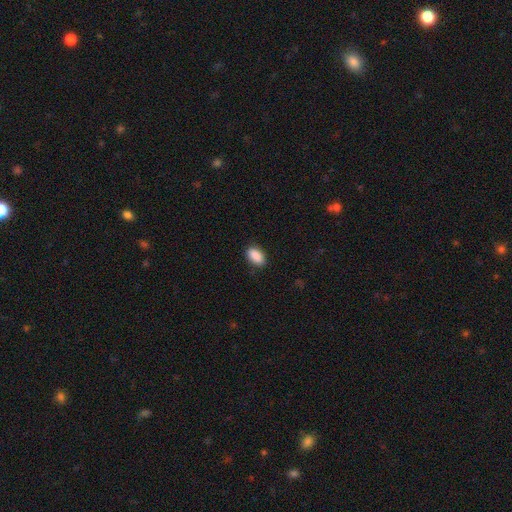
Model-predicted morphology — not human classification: Q: Smooth or featured?
A: smooth (90%); runner-up: star or artifact (7%)
Q: How rounded?
A: in between (92%); runner-up: round (5%)
Q: Merging?
A: none (86%); runner-up: minor disturbance (10%)